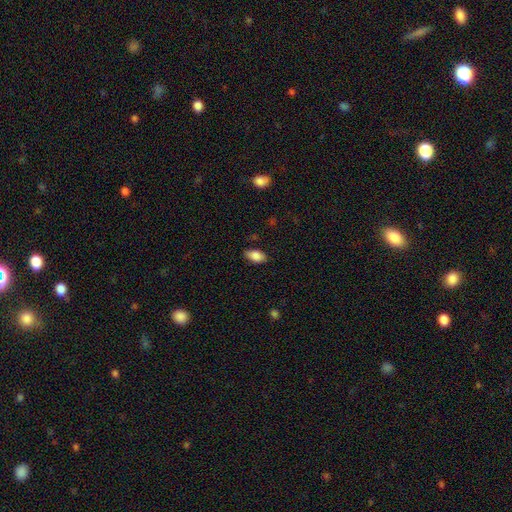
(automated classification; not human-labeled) A smooth galaxy with no disk features (85%) that is in between round and cigar-shaped (91%).

Vote fractions:
- Smooth or featured? smooth: 85% / star or artifact: 7% / featured or disk: 7%
- How rounded? in between: 91% / cigar-shaped: 4% / round: 4%
- Merging? none: 81% / minor disturbance: 15% / major disturbance: 3% / merger: 1%